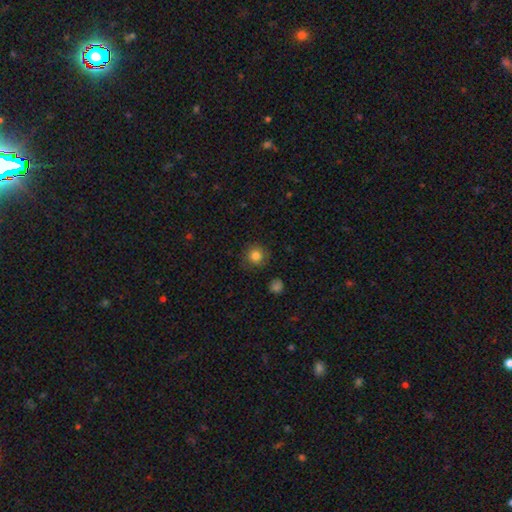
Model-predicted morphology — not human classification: This appears to be a smooth galaxy with no disk features (83%) that is round (93%). Merging: none (88%).